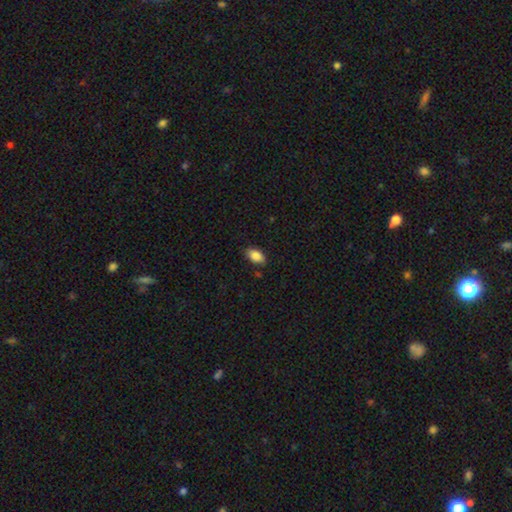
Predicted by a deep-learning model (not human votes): Smooth or featured?
  - smooth: 86% *
  - star or artifact: 8%
  - featured or disk: 6%
How rounded?
  - in between: 92% *
  - round: 5%
  - cigar-shaped: 3%
Merging?
  - none: 83% *
  - minor disturbance: 13%
  - major disturbance: 2%
  - merger: 1%